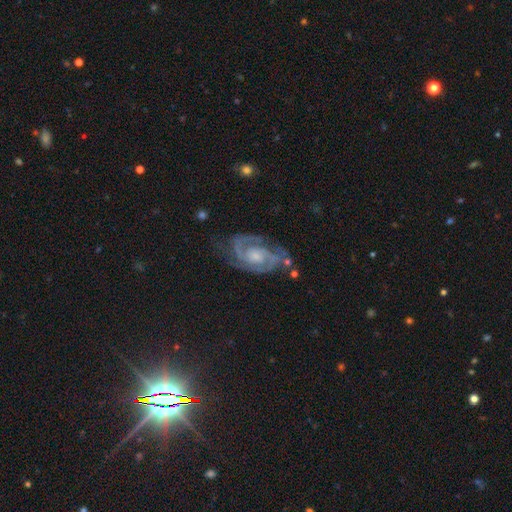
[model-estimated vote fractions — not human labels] Smooth or featured: featured or disk — 90% (star or artifact — 6%)
Edge-on disk: no — 97% (yes — 3%)
Bar: no — 63% (weak — 30%)
Spiral arms: yes — 98% (no — 2%)
Spiral winding: tight — 54% (medium — 40%)
Spiral arm count: 2 — 80% (3 — 8%)
Bulge size: small — 48% (moderate — 40%)
Merging: none — 69% (minor disturbance — 20%)